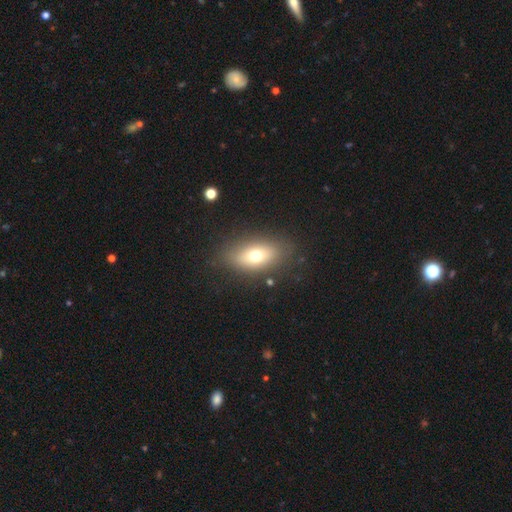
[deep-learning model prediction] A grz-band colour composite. It shows a smooth galaxy with no disk features (68%) that is in between round and cigar-shaped (83%). Merging: none (82%).